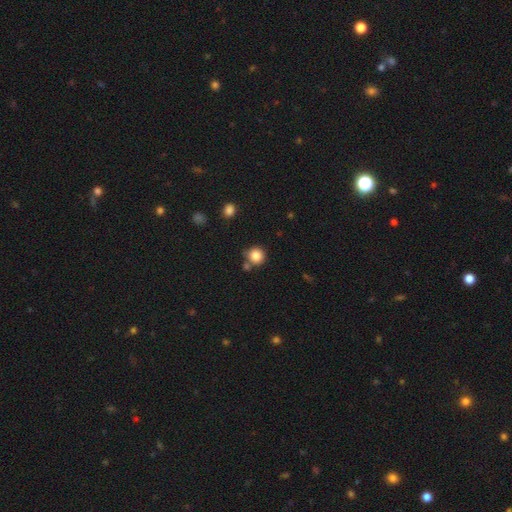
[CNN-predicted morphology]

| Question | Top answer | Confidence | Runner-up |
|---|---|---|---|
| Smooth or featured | smooth | 84% | star or artifact (10%) |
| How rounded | round | 92% | in between (7%) |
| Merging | none | 72% | merger (14%) |